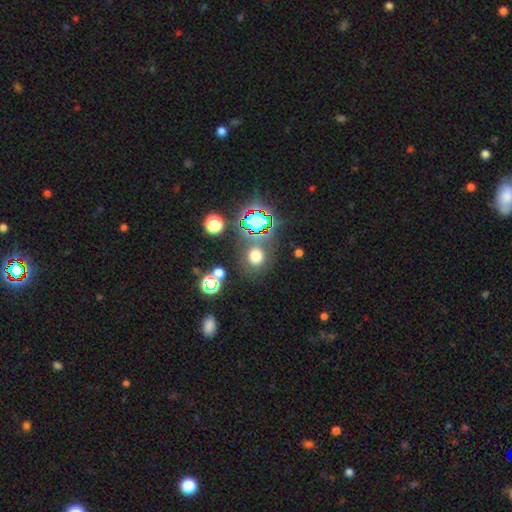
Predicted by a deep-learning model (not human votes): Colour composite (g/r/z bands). It shows a smooth galaxy with no disk features (63%) that is round (87%). Merging: none (78%).